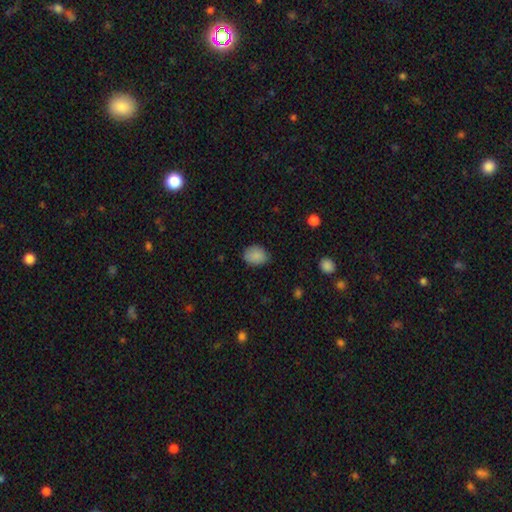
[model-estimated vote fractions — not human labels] A smooth galaxy with no disk features (87%) that is in between round and cigar-shaped (57%). Merging: none (76%).